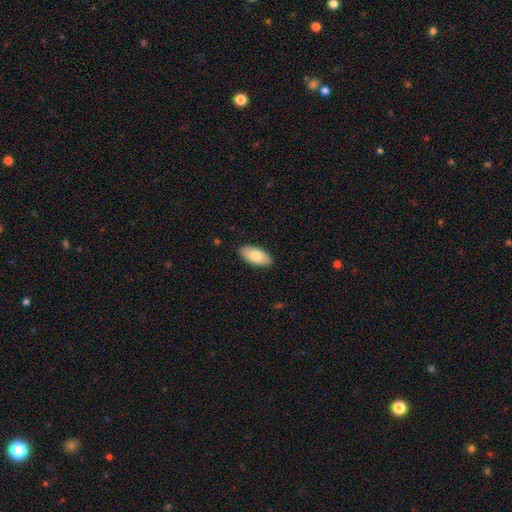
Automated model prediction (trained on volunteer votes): smooth_or_featured: smooth (p=0.78) [alt: featured or disk p=0.16]
how_rounded: in between (p=0.92) [alt: cigar-shaped p=0.05]
merging: none (p=0.89) [alt: minor disturbance p=0.09]